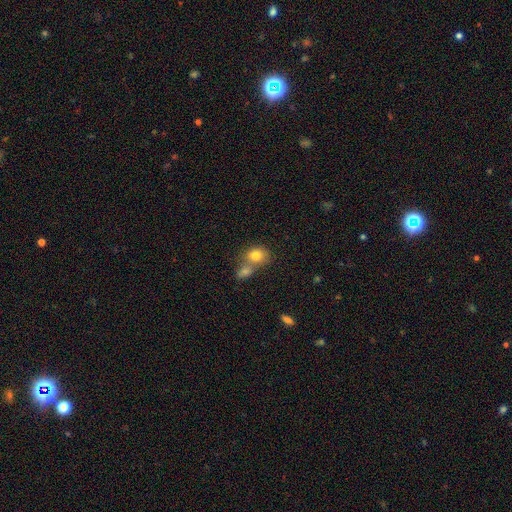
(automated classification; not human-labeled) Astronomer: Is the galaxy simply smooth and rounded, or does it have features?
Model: smooth — 79%.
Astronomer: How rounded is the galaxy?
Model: round — 58% (runner-up: in between, 40%).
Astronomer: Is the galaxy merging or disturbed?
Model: merger — 50% (runner-up: none, 37%).